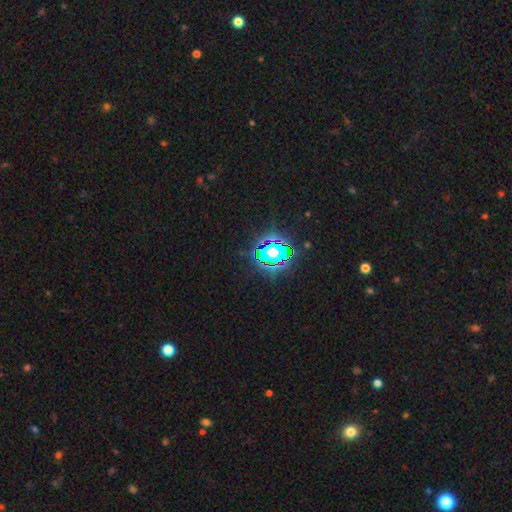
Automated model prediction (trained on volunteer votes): smooth-or-featured: star or artifact: 83% | smooth: 11% | featured or disk: 7%